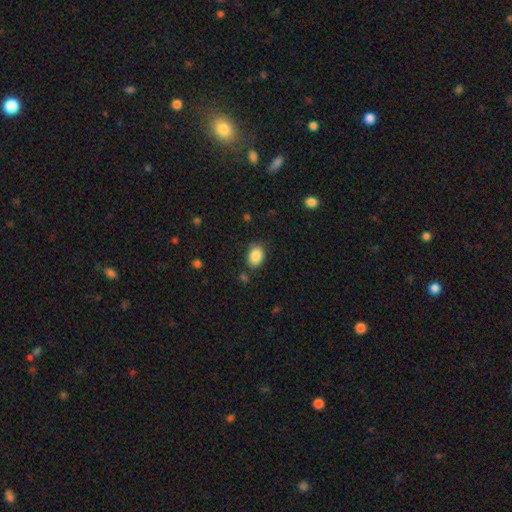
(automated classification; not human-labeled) Morphology: type=smooth (88%); roundness=in between (78%); merging=none (80%).